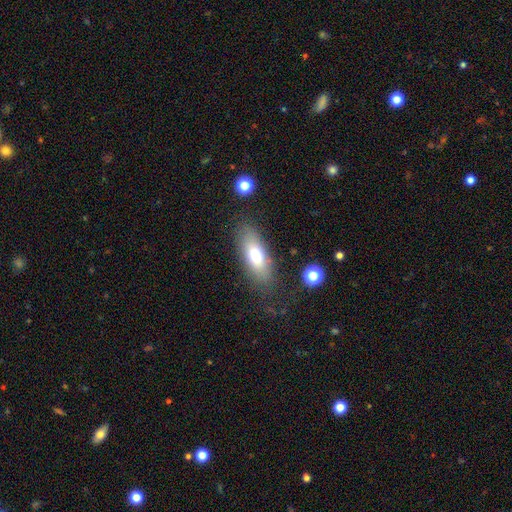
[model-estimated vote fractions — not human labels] A smooth galaxy with no disk features (72%) that is in between round and cigar-shaped (75%). Merging: none (80%).